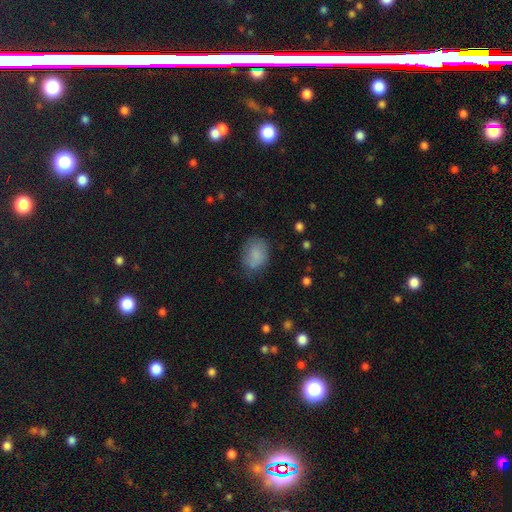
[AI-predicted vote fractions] Overall: smooth (82%). How rounded: in between (63%; round 36%). Merging: none (64%; minor disturbance 26%).